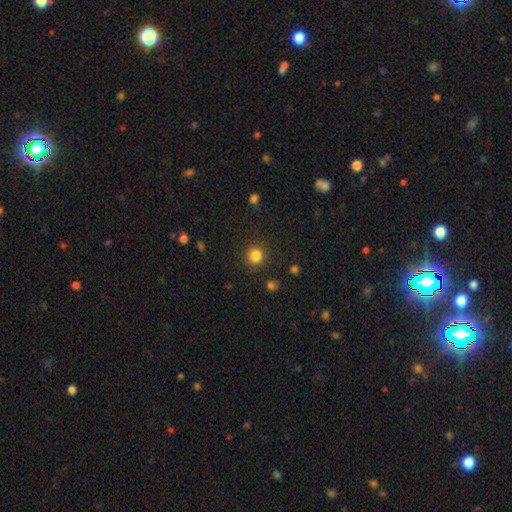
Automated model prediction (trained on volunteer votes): Smooth or featured? smooth (84%)
How rounded? round (89%)
Merging? none (87%)